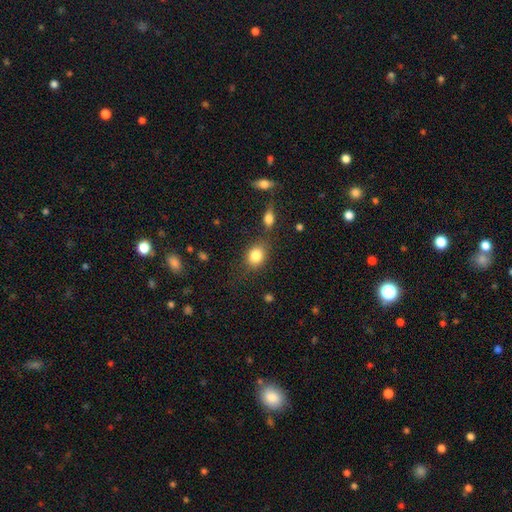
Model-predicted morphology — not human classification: smooth 83%, star or artifact 9%, featured or disk 8%. Down the decision tree: how rounded — in between (50%); merging — none (70%).